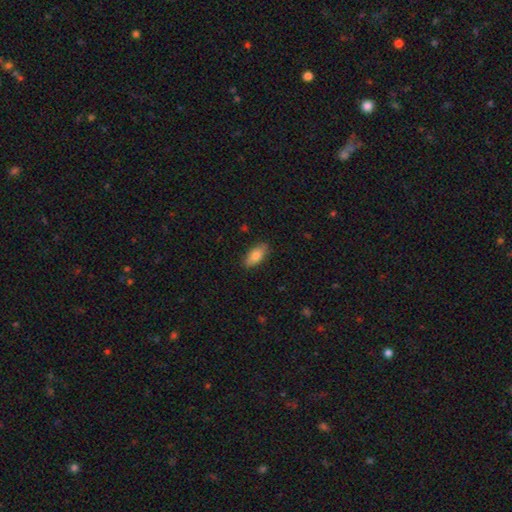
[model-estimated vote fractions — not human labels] This appears to be a smooth galaxy with no disk features (81%) that is in between round and cigar-shaped (83%). Merging: none (87%).